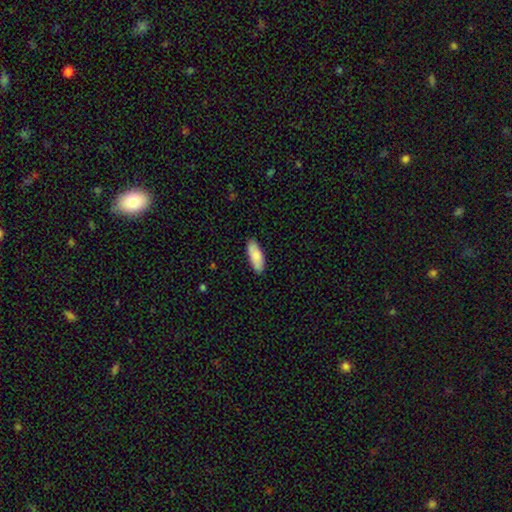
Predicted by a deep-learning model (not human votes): Smooth or featured: smooth — 86% (featured or disk — 9%)
How rounded: in between — 73% (cigar-shaped — 25%)
Merging: none — 88% (minor disturbance — 9%)